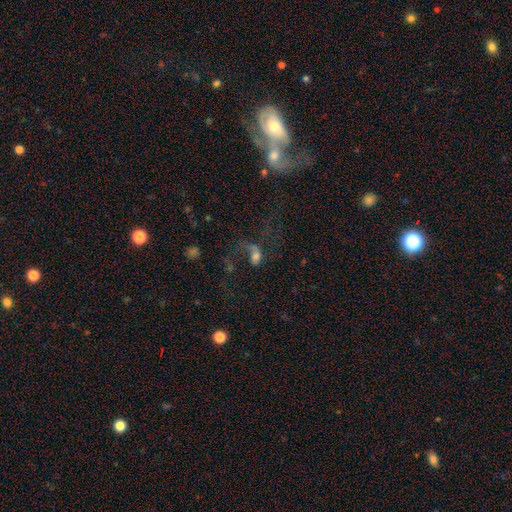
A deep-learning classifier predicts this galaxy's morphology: smooth 47%, featured or disk 33%, star or artifact 20%. Down the decision tree: merging — major disturbance (51%).